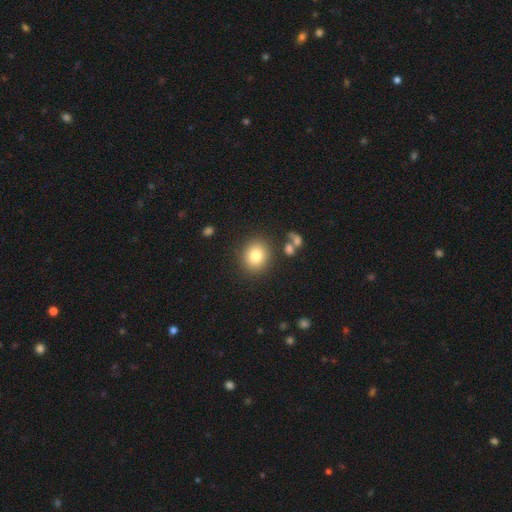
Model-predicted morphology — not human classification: The model was most divided on "how rounded": round: 79%, in between: 20%, cigar-shaped: 1%. More confident: merging — none (84%); smooth or featured — smooth (81%).